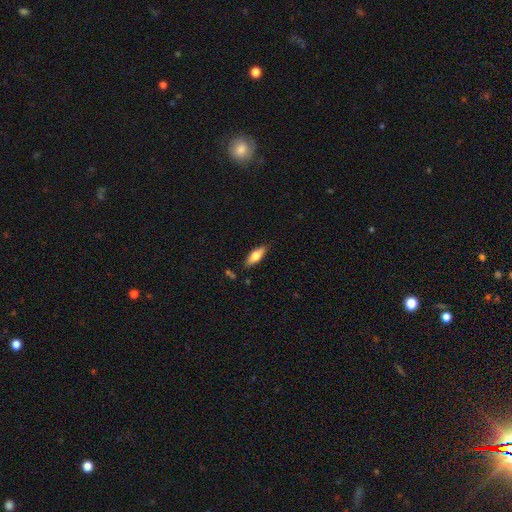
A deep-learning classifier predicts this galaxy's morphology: This is likely a smooth galaxy (68%). How rounded: likely in between (64%). Merging: clearly none (84%).